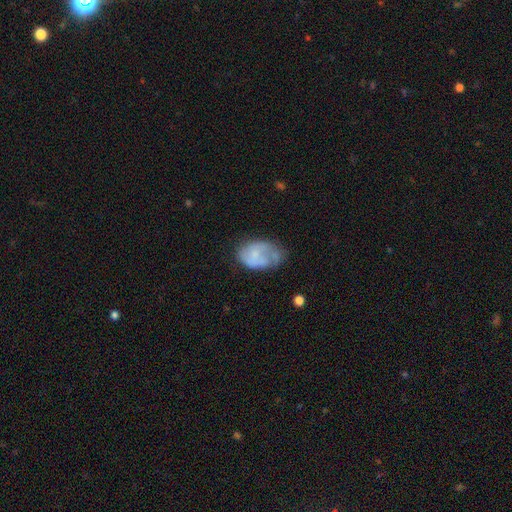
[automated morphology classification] smooth 47%, featured or disk 45%, star or artifact 8%. Down the decision tree: merging — none (39%).